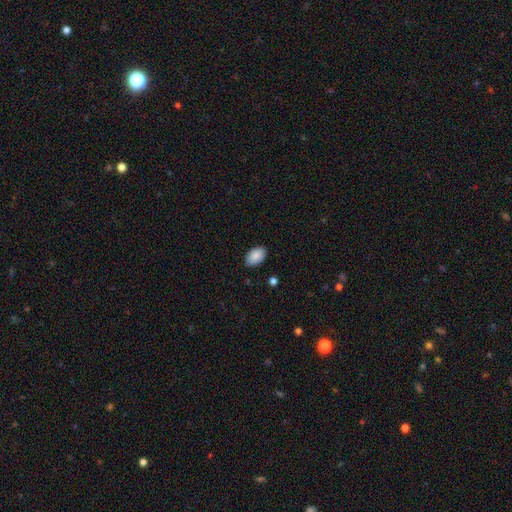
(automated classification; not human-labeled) This is clearly a smooth galaxy (89%). How rounded: clearly in between (92%). Merging: clearly none (85%).